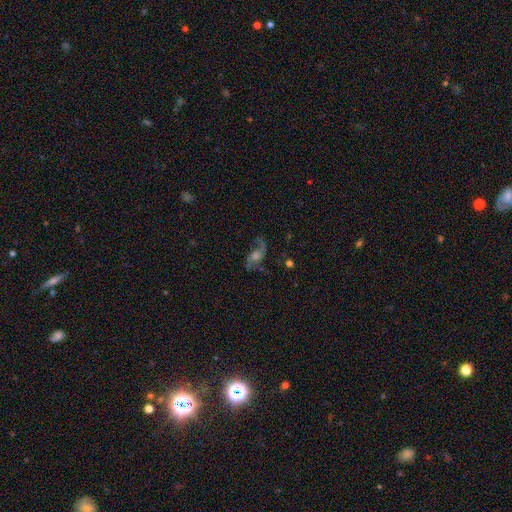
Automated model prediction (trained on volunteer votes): Smooth or featured: featured or disk — 81% (star or artifact — 10%)
Edge-on disk: no — 95% (yes — 5%)
Bar: no — 58% (weak — 34%)
Spiral arms: yes — 95% (no — 5%)
Spiral winding: loose — 65% (medium — 29%)
Spiral arm count: 2 — 91% (1 — 3%)
Bulge size: moderate — 46% (large — 21%)
Merging: none — 73% (minor disturbance — 14%)